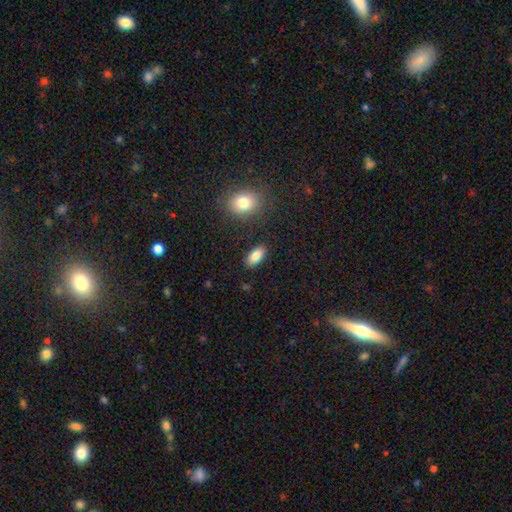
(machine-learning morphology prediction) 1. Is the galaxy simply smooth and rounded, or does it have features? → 86% smooth, 8% star or artifact, 6% featured or disk.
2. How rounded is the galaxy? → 91% in between, 5% cigar-shaped, 3% round.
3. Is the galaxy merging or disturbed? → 87% none, 9% minor disturbance, 3% major disturbance, 2% merger.